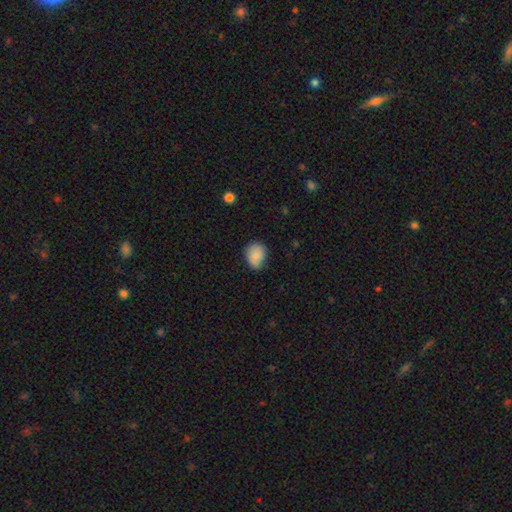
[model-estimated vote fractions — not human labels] A smooth galaxy with no disk features (83%) that is in between round and cigar-shaped (53%).

Vote fractions:
- Smooth or featured? smooth: 83% / featured or disk: 9% / star or artifact: 8%
- How rounded? in between: 53% / round: 46% / cigar-shaped: 1%
- Merging? none: 69% / minor disturbance: 25% / major disturbance: 4% / merger: 1%